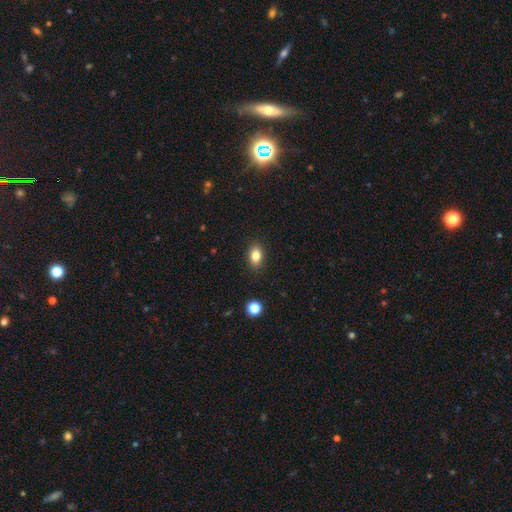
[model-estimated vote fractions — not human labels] smooth-or-featured: smooth: 83% | star or artifact: 10% | featured or disk: 7%
  how-rounded: in between: 80% | round: 18% | cigar-shaped: 2%
  merging: none: 89% | minor disturbance: 8% | major disturbance: 2% | merger: 1%